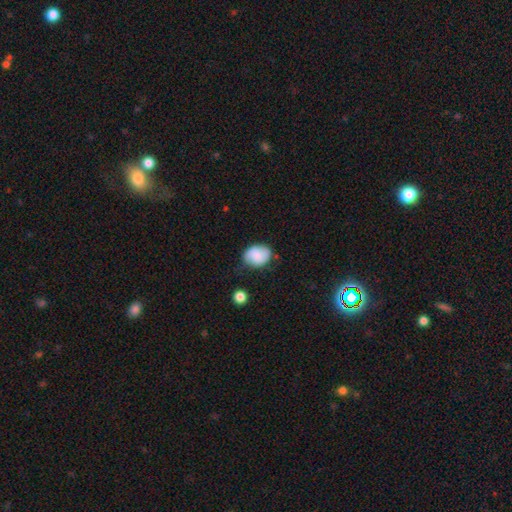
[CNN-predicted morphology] This appears to be a smooth galaxy with no disk features (76%) that is in between round and cigar-shaped (55%). Merging: none (62%).